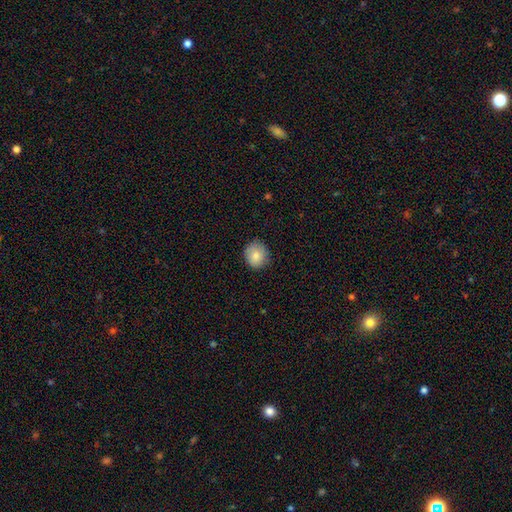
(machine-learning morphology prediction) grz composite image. It shows a smooth galaxy with no disk features (83%) that is round (83%). Merging: none (82%).